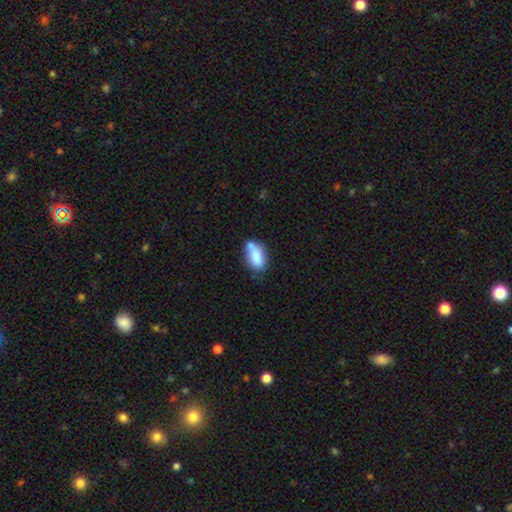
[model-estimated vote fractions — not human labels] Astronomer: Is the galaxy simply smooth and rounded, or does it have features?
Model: smooth — 80%.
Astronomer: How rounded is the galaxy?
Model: in between — 87%.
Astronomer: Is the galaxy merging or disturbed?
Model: none — 44% (runner-up: minor disturbance, 26%).